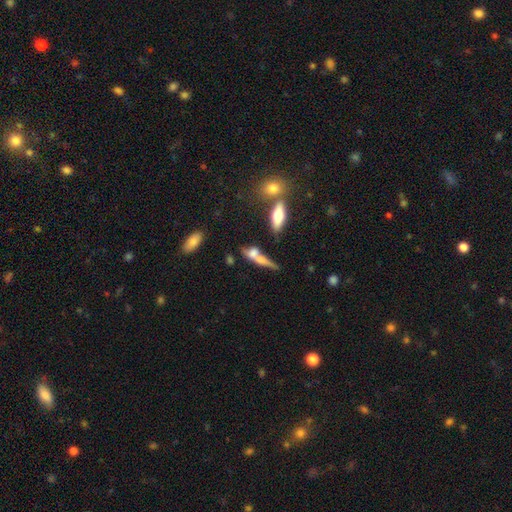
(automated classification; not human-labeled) The model was most divided on "merging": none: 38%, merger: 37%, minor disturbance: 16%, major disturbance: 10%. More confident: how rounded — cigar-shaped (60%); smooth or featured — smooth (54%).